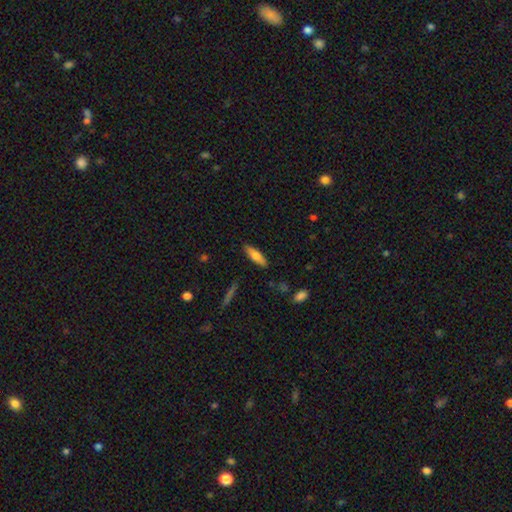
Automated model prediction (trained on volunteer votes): A smooth galaxy with no disk features (69%) that is in between round and cigar-shaped (53%). Merging: none (86%).